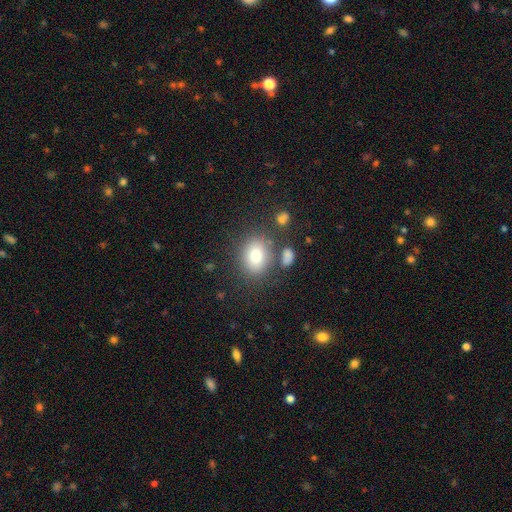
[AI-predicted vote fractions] Q: Smooth or featured?
A: smooth (80%); runner-up: star or artifact (10%)
Q: How rounded?
A: in between (62%); runner-up: round (37%)
Q: Merging?
A: none (74%); runner-up: minor disturbance (12%)